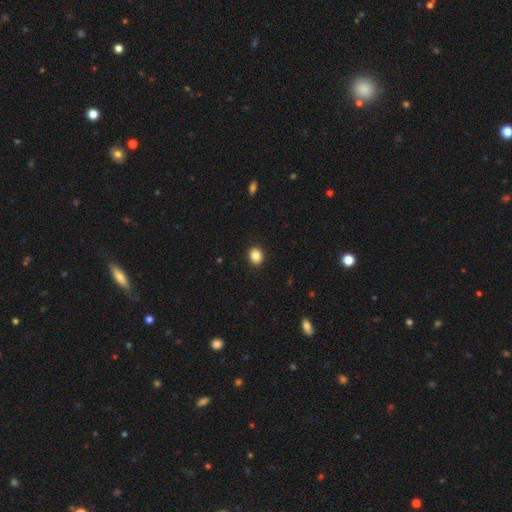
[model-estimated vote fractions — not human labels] Smooth or featured?
  - smooth: 86% *
  - star or artifact: 9%
  - featured or disk: 5%
How rounded?
  - round: 60% *
  - in between: 39%
  - cigar-shaped: 1%
Merging?
  - none: 92% *
  - minor disturbance: 6%
  - major disturbance: 2%
  - merger: 1%